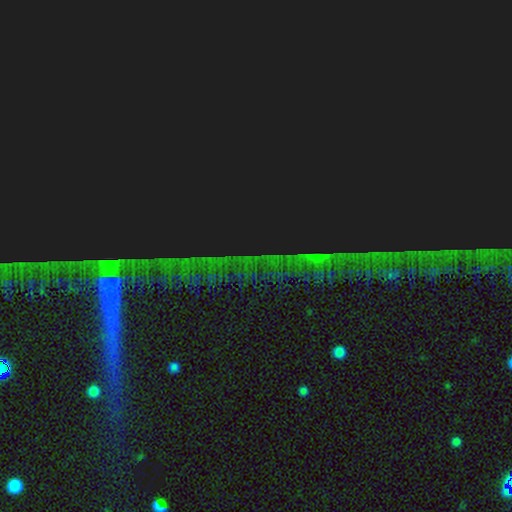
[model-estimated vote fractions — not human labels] Overall: star or artifact (85%).